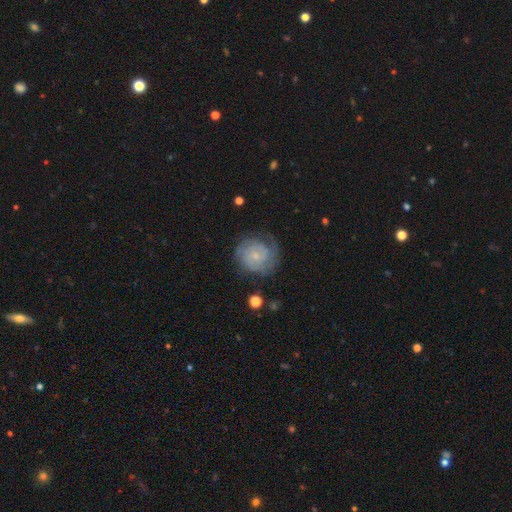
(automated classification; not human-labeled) A featured or disk galaxy (69%) with no bar (73%), tight (61%) spiral arms (90%) and a small central bulge (77%).

Vote fractions:
- Smooth or featured? featured or disk: 69% / smooth: 24% / star or artifact: 7%
- Edge-on disk? no: 98% / yes: 2%
- Bar? no: 73% / weak: 23% / strong: 3%
- Spiral arms? yes: 90% / no: 10%
- Spiral winding? tight: 61% / medium: 30% / loose: 10%
- Spiral arm count? can't tell: 38% / 2: 28% / 3: 16% / 1: 7% / 4: 6% / more than 4: 5%
- Bulge size? small: 77% / moderate: 15% / none: 6% / large: 1% / dominant: 1%
- Merging? none: 66% / minor disturbance: 21% / major disturbance: 11% / merger: 2%